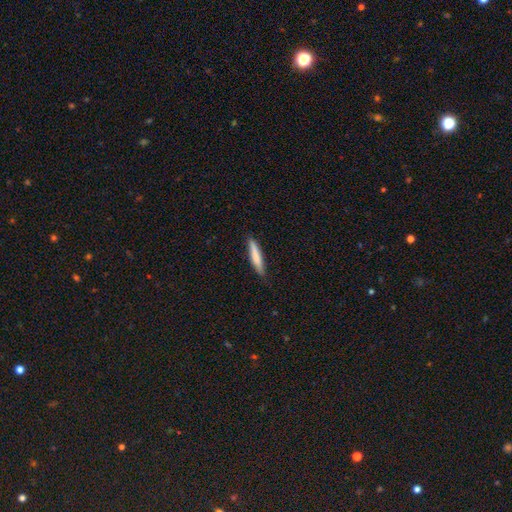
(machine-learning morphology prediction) Smooth or featured: smooth — 76% (featured or disk — 18%)
How rounded: cigar-shaped — 91% (in between — 8%)
Merging: none — 84% (minor disturbance — 13%)